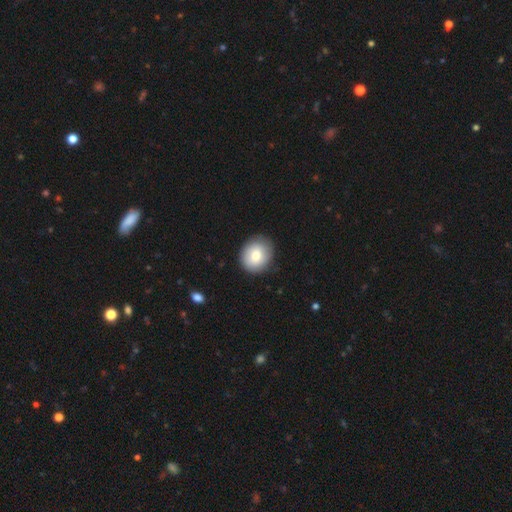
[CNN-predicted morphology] This is likely a smooth galaxy (79%). How rounded: likely round (70%). Merging: clearly none (86%).